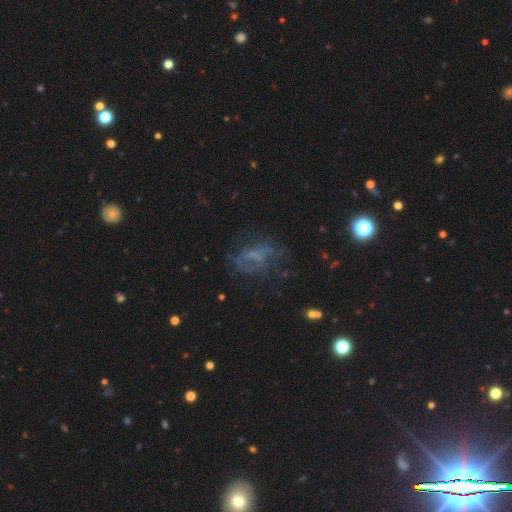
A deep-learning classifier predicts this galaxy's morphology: A featured or disk galaxy (50%). Merging: none (48%).